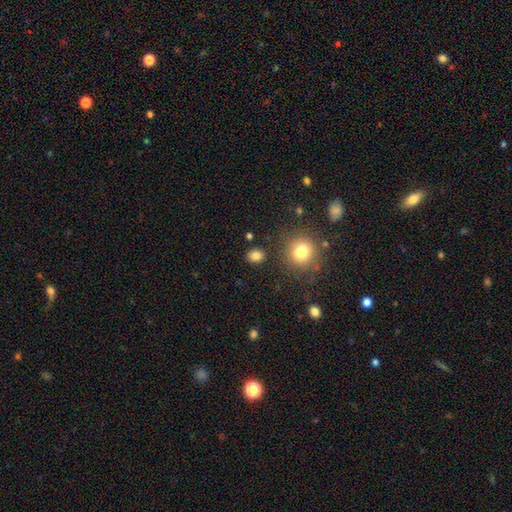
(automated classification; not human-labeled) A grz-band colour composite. It shows a smooth galaxy with no disk features (83%) that is round (59%). Merging: none (85%).